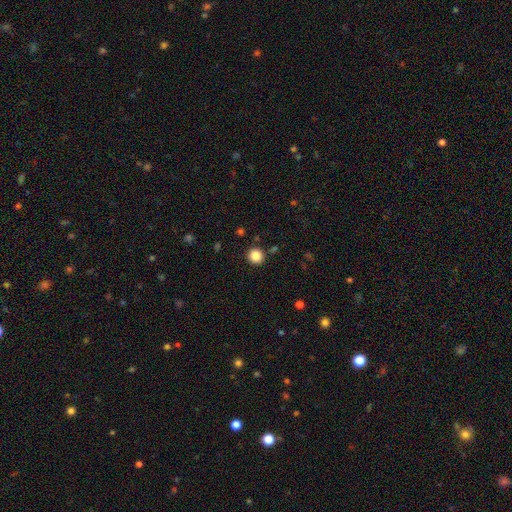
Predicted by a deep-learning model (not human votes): A smooth galaxy with no disk features (85%) that is round (93%).

Vote fractions:
- Smooth or featured? smooth: 85% / star or artifact: 11% / featured or disk: 4%
- How rounded? round: 93% / in between: 6% / cigar-shaped: 1%
- Merging? none: 90% / minor disturbance: 6% / merger: 3% / major disturbance: 2%